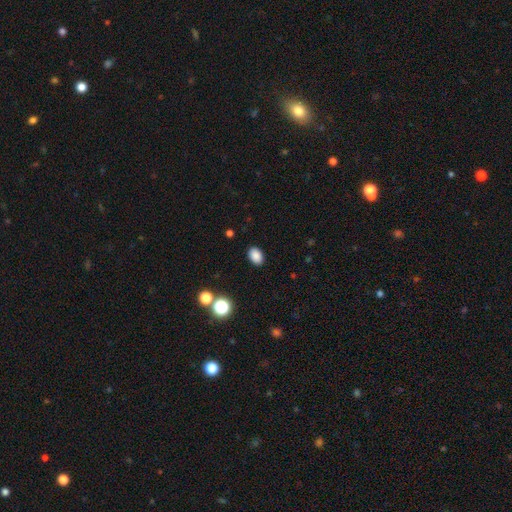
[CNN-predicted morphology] smooth 86%, star or artifact 11%, featured or disk 4%. Down the decision tree: how rounded — in between (81%); merging — none (89%).